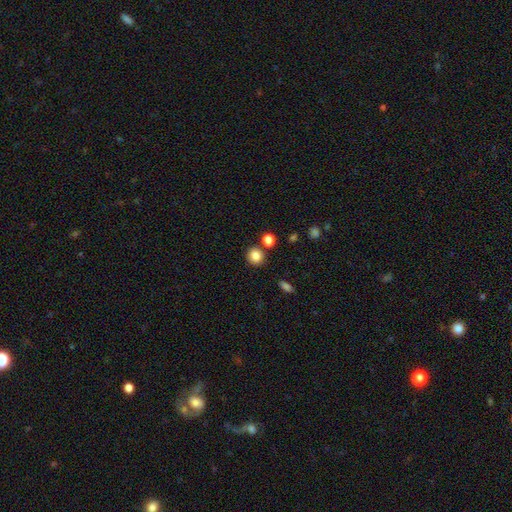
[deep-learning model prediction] smooth-or-featured: smooth: 85% | star or artifact: 11% | featured or disk: 5%
  how-rounded: round: 89% | in between: 10% | cigar-shaped: 1%
  merging: none: 82% | merger: 8% | minor disturbance: 8% | major disturbance: 3%